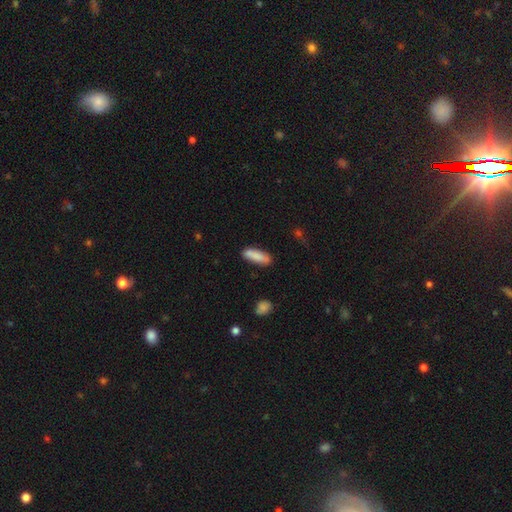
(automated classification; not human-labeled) Q: Smooth or featured?
A: smooth (85%); runner-up: featured or disk (9%)
Q: How rounded?
A: cigar-shaped (53%); runner-up: in between (45%)
Q: Merging?
A: none (81%); runner-up: minor disturbance (13%)